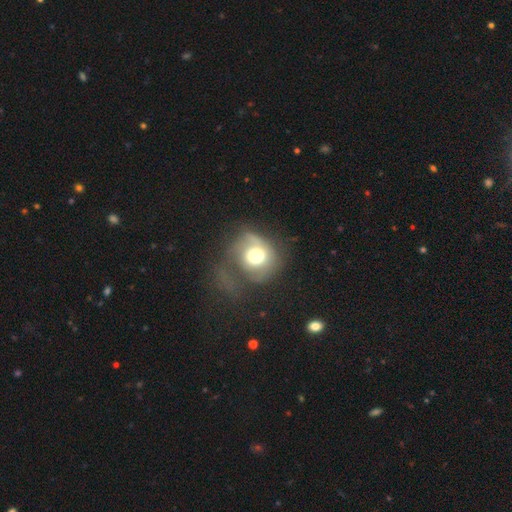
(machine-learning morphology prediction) Smooth or featured: smooth — 58% (featured or disk — 33%)
How rounded: round — 76% (in between — 23%)
Merging: major disturbance — 45% (none — 26%)